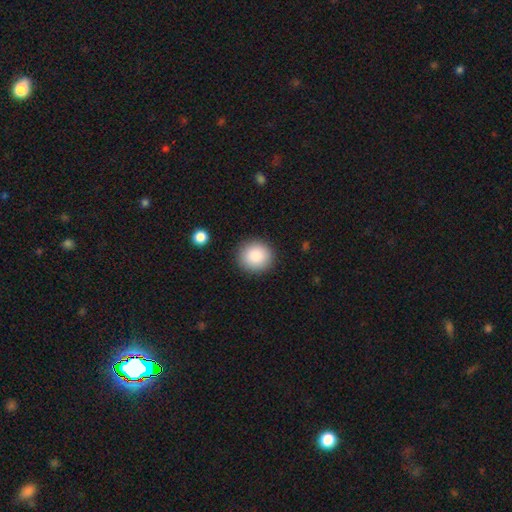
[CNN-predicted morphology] Overall: smooth (87%). How rounded: round (89%). Merging: none (90%).